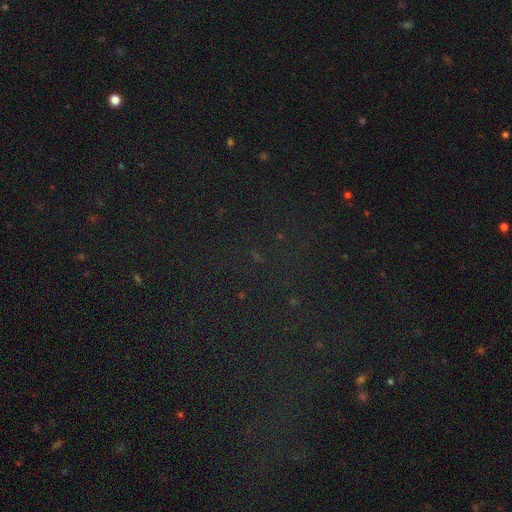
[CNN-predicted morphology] Q: Smooth or featured?
A: star or artifact (79%); runner-up: smooth (13%)